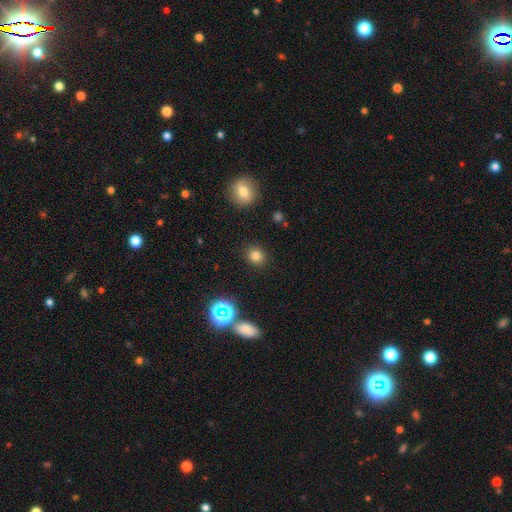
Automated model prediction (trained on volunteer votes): Morphology: type=smooth (78%); roundness=round (79%); merging=none (89%).